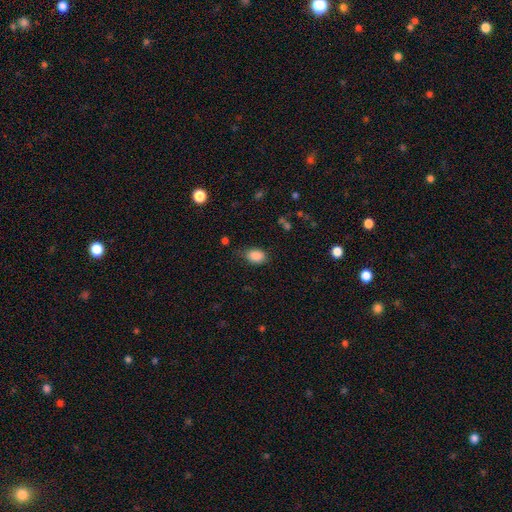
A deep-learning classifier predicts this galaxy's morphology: A smooth galaxy with no disk features (87%) that is in between round and cigar-shaped (81%).

Vote fractions:
- Smooth or featured? smooth: 87% / star or artifact: 9% / featured or disk: 4%
- How rounded? in between: 81% / round: 18% / cigar-shaped: 1%
- Merging? none: 75% / minor disturbance: 19% / major disturbance: 4% / merger: 1%